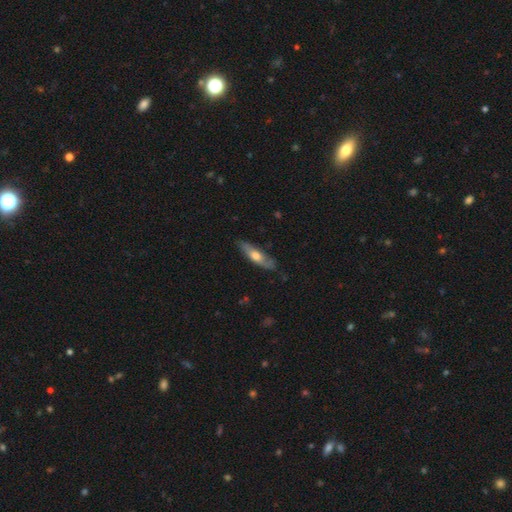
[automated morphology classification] smooth 50%, featured or disk 45%, star or artifact 5%. Down the decision tree: how rounded — cigar-shaped (64%); merging — none (77%).